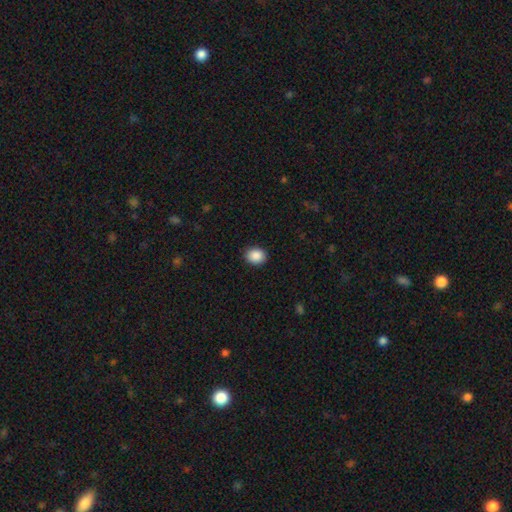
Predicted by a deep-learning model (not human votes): Morphology: type=smooth (89%); roundness=round (51%); merging=none (90%).